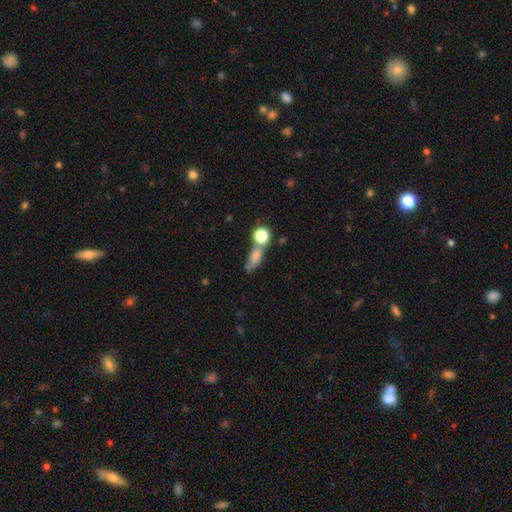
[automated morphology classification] type=smooth (69%); roundness=in between (41%); merging=none (45%).